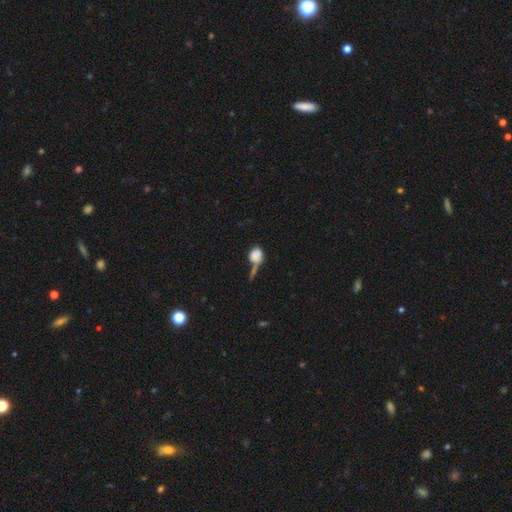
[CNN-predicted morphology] A smooth galaxy with no disk features (77%) that is round (57%). Merging: merger (34%).